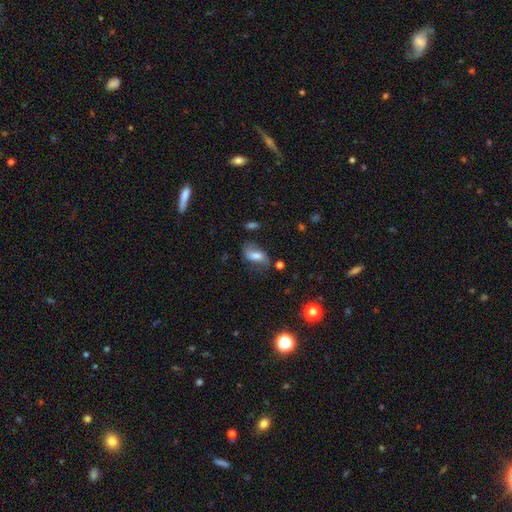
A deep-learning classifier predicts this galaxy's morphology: This is possibly a smooth galaxy (50%). Merging: possibly none (54%).